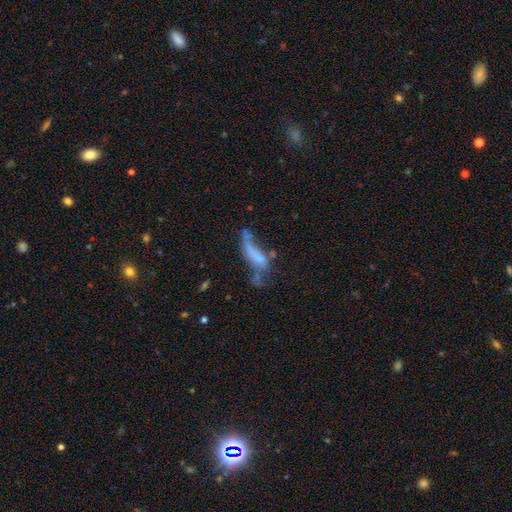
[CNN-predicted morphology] Smooth or featured? smooth (44%)
Merging? major disturbance (34%)